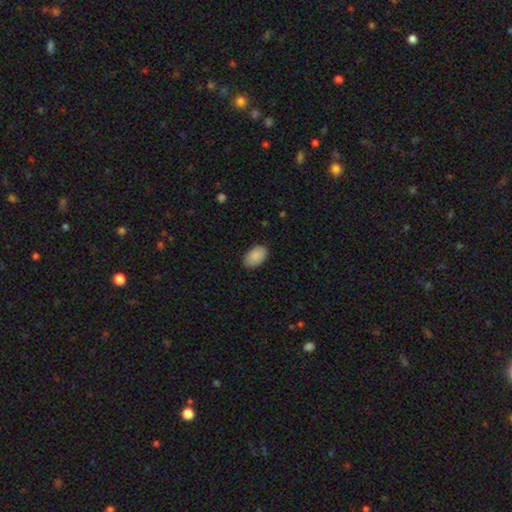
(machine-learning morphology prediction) Overall: smooth (90%). How rounded: in between (93%). Merging: none (87%).